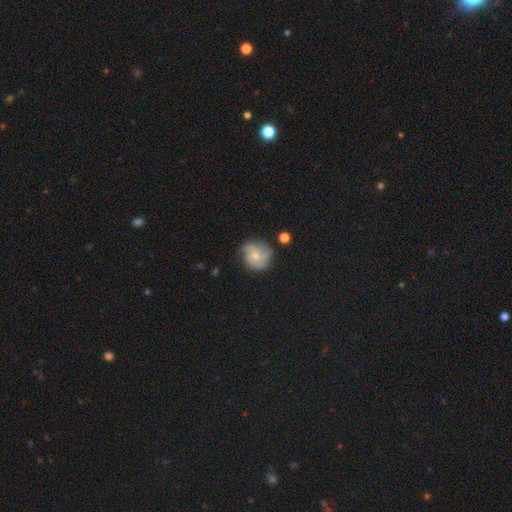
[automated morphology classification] This is possibly a featured or disk galaxy (60%). It is clearly not viewed edge-on (98%). Bar: clearly no (80%). Spiral arm pattern: clearly yes (89%). Spiral arm count: possibly 3 (50%). Spiral winding: marginally medium (44%). Central bulge: likely small (62%). Merging: likely none (69%).